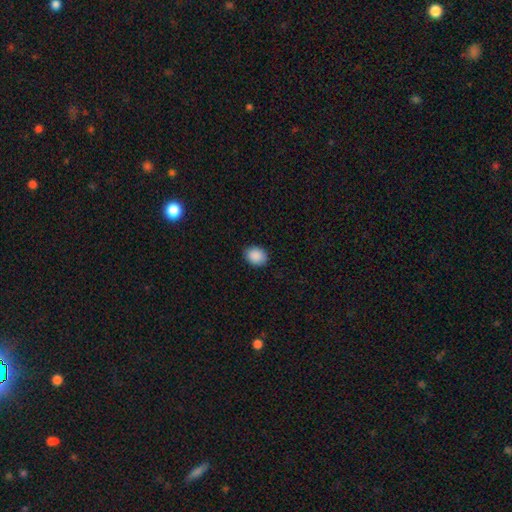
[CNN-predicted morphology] This appears to be a smooth galaxy with no disk features (90%) that is in between round and cigar-shaped (51%). Merging: none (88%).